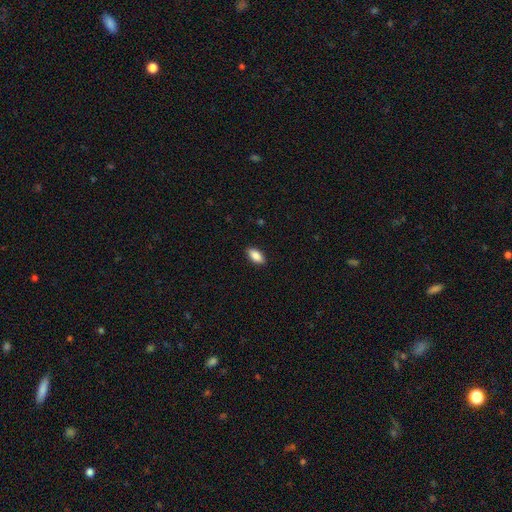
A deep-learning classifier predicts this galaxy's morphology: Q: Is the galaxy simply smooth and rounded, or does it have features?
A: smooth — 88%.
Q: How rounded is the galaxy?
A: in between — 91%.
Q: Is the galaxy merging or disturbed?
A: none — 89%.